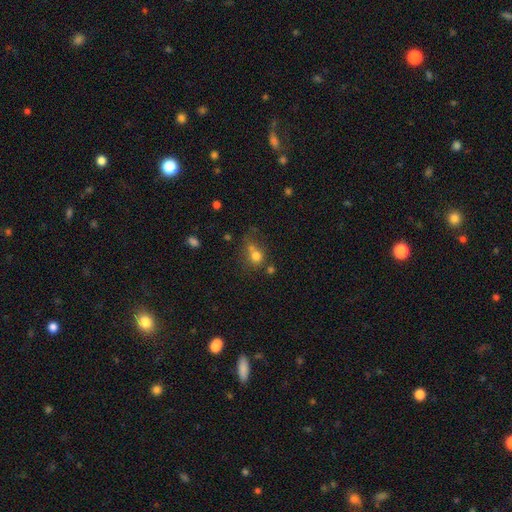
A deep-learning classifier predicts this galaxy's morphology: A smooth galaxy with no disk features (73%) that is round (79%). Merging: none (41%).